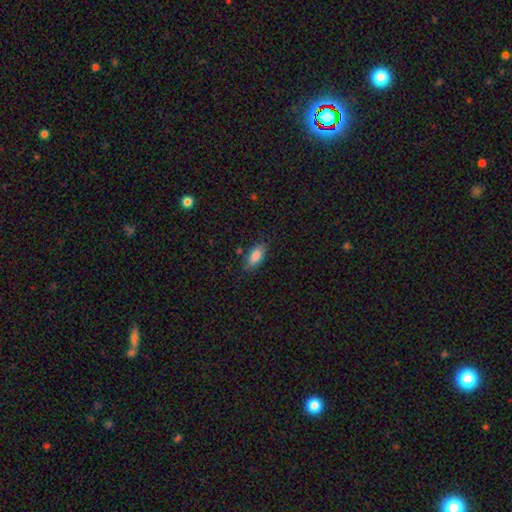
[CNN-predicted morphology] Smooth or featured?
  - smooth: 84% *
  - featured or disk: 8%
  - star or artifact: 7%
How rounded?
  - in between: 87% *
  - cigar-shaped: 10%
  - round: 3%
Merging?
  - none: 77% *
  - minor disturbance: 17%
  - major disturbance: 3%
  - merger: 2%